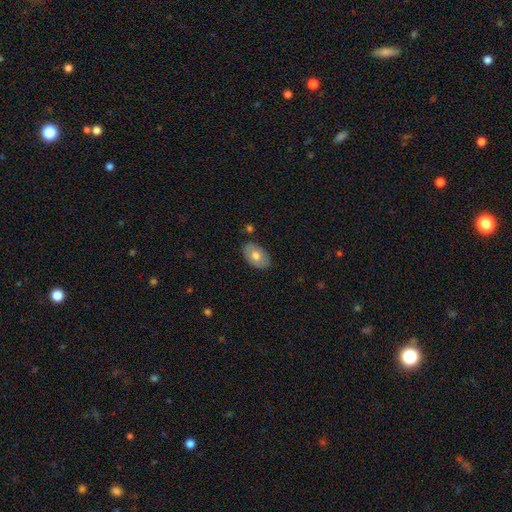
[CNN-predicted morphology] Q: Smooth or featured?
A: smooth (67%); runner-up: featured or disk (27%)
Q: How rounded?
A: in between (91%); runner-up: round (8%)
Q: Merging?
A: none (83%); runner-up: minor disturbance (12%)